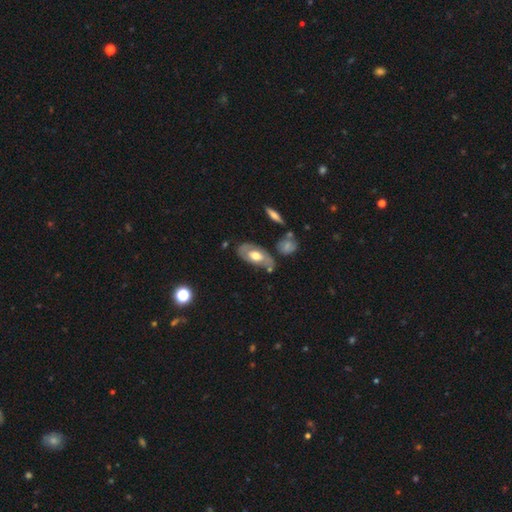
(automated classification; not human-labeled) This appears to be a featured or disk galaxy (52%). Merging: none (57%).